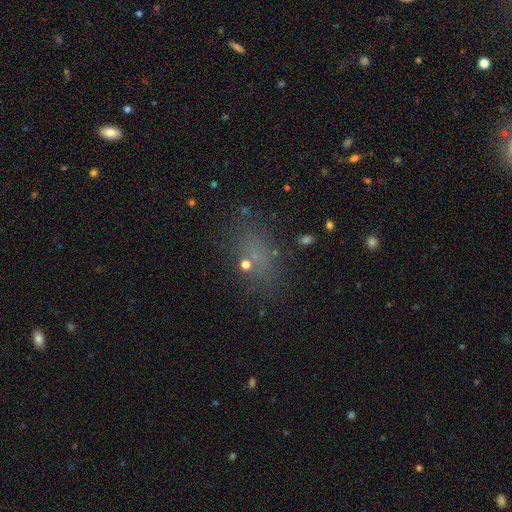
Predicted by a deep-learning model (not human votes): smooth_or_featured: smooth (p=0.54) [alt: star or artifact p=0.31]
how_rounded: in between (p=0.73) [alt: round p=0.23]
merging: none (p=0.70) [alt: minor disturbance p=0.16]